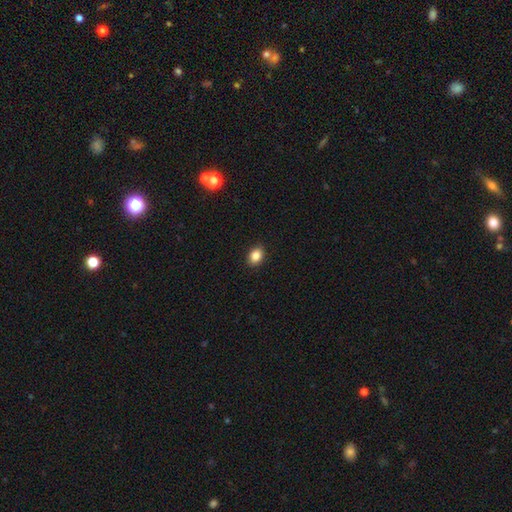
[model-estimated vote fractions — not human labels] This is clearly a smooth galaxy (86%). How rounded: likely in between (69%). Merging: clearly none (90%).